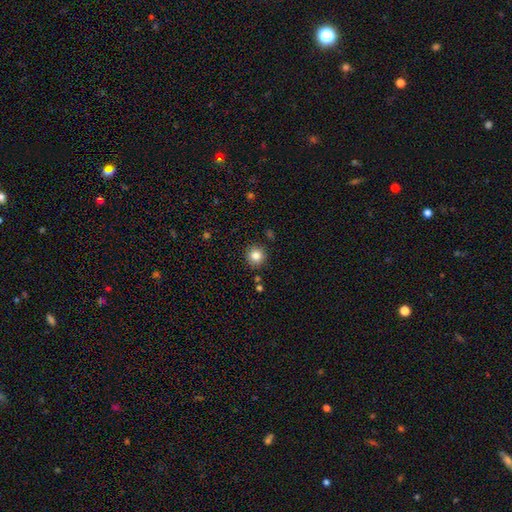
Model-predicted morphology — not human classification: Smooth or featured?
  - smooth: 83% *
  - star or artifact: 11%
  - featured or disk: 6%
How rounded?
  - round: 93% *
  - in between: 6%
  - cigar-shaped: 1%
Merging?
  - none: 88% *
  - minor disturbance: 8%
  - merger: 2%
  - major disturbance: 2%